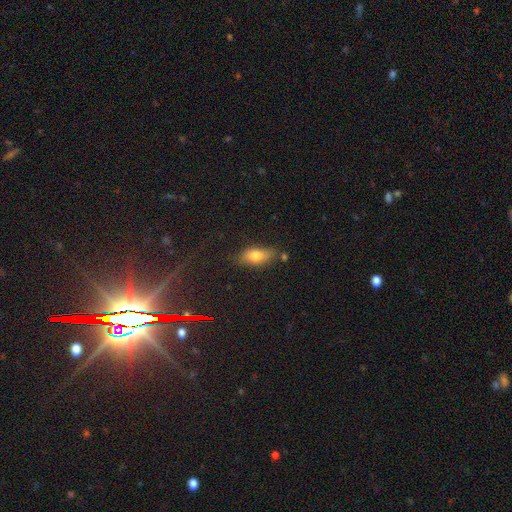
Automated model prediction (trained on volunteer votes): smooth 70%, featured or disk 20%, star or artifact 11%. Down the decision tree: how rounded — in between (78%); merging — none (76%).